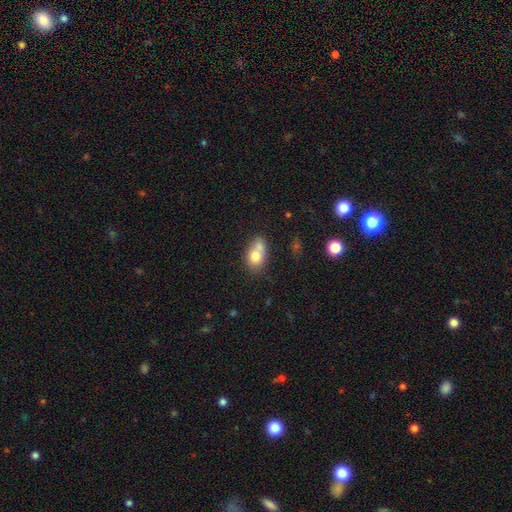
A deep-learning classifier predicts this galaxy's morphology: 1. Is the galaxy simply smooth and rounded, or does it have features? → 74% smooth, 17% featured or disk, 9% star or artifact.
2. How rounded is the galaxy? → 71% in between, 27% round, 2% cigar-shaped.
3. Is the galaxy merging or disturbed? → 47% merger, 32% none, 15% minor disturbance, 6% major disturbance.